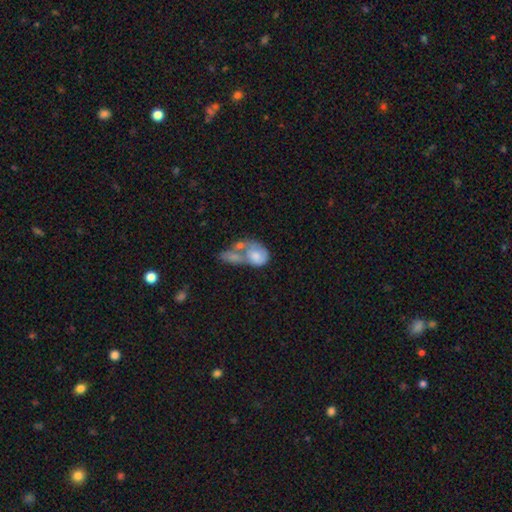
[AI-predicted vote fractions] Smooth or featured?
  - smooth: 60% *
  - featured or disk: 32%
  - star or artifact: 8%
How rounded?
  - in between: 73% *
  - round: 25%
  - cigar-shaped: 2%
Merging?
  - merger: 61% *
  - major disturbance: 18%
  - none: 12%
  - minor disturbance: 9%